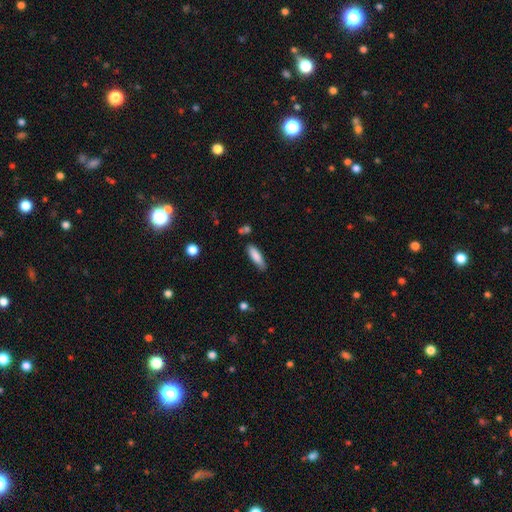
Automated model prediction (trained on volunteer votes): This appears to be a smooth galaxy with no disk features (84%) that is cigar-shaped (56%). Merging: none (75%).